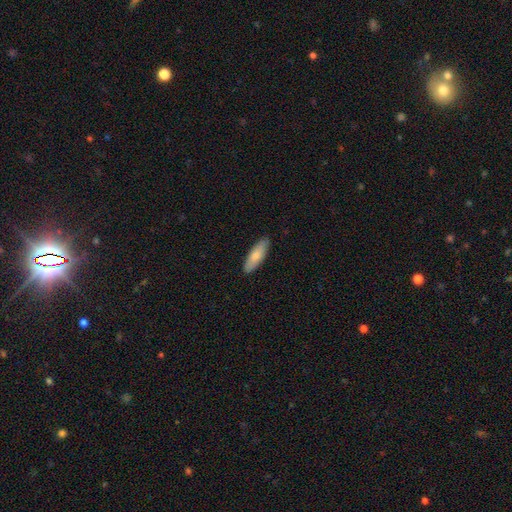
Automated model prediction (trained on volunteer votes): This appears to be a smooth galaxy with no disk features (76%) that is in between round and cigar-shaped (52%). Merging: none (88%).